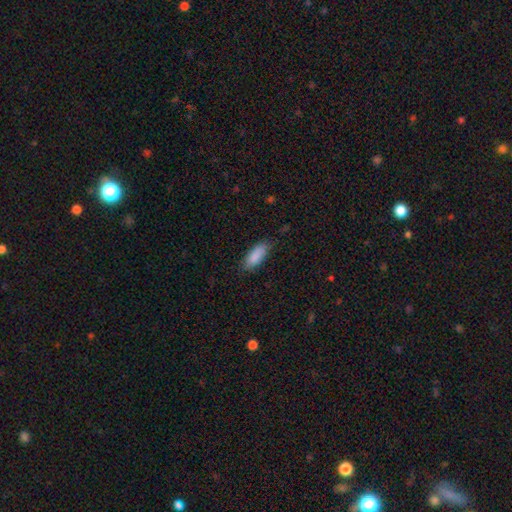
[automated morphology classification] Smooth or featured? Predicted: smooth (p=0.89). How rounded? Predicted: in between (p=0.79). Merging? Predicted: none (p=0.79).